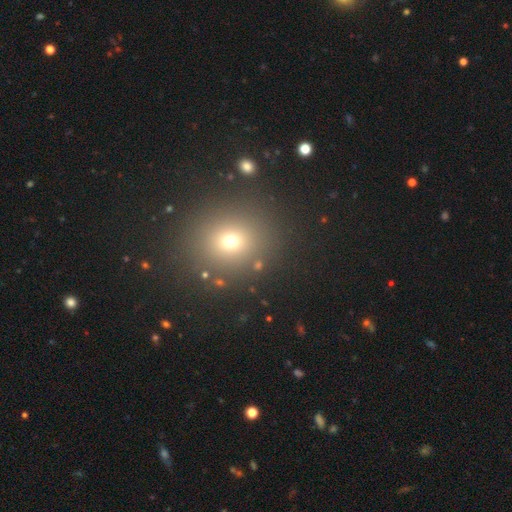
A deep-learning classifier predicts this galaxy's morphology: Q: Smooth or featured?
A: smooth (60%); runner-up: star or artifact (32%)
Q: How rounded?
A: round (76%); runner-up: in between (22%)
Q: Merging?
A: none (89%); runner-up: minor disturbance (6%)